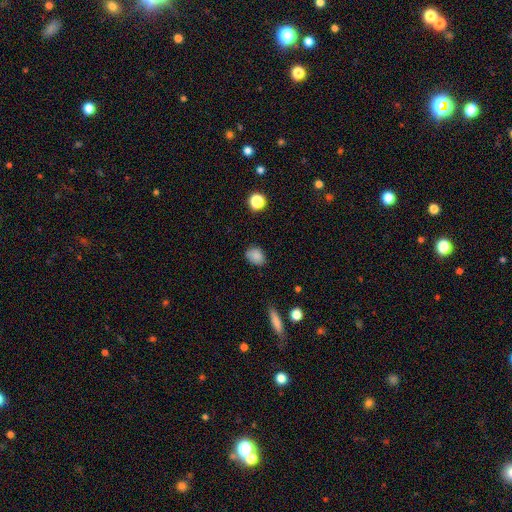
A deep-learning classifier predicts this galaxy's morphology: Smooth or featured? Predicted: smooth (p=0.85). How rounded? Predicted: in between (p=0.62). Merging? Predicted: none (p=0.76).